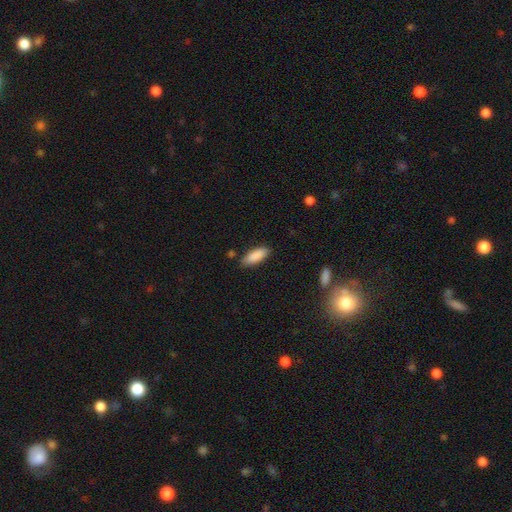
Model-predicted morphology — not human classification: Overall: smooth (89%). How rounded: in between (73%). Merging: none (82%).